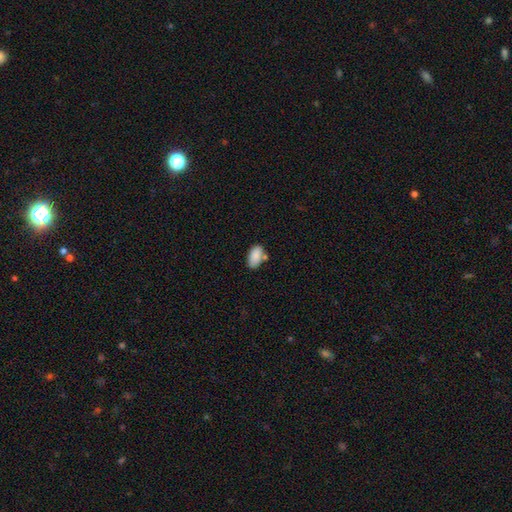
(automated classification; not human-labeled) This is clearly a smooth galaxy (87%). How rounded: clearly in between (94%). Merging: likely none (64%).